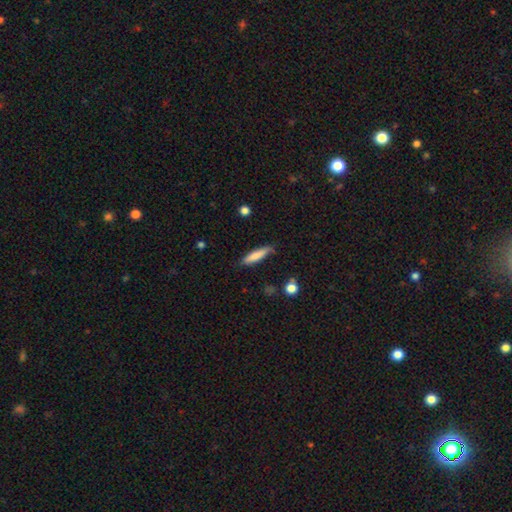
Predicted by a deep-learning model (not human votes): Q: Smooth or featured?
A: smooth (78%); runner-up: featured or disk (16%)
Q: How rounded?
A: cigar-shaped (77%); runner-up: in between (21%)
Q: Merging?
A: none (77%); runner-up: minor disturbance (18%)